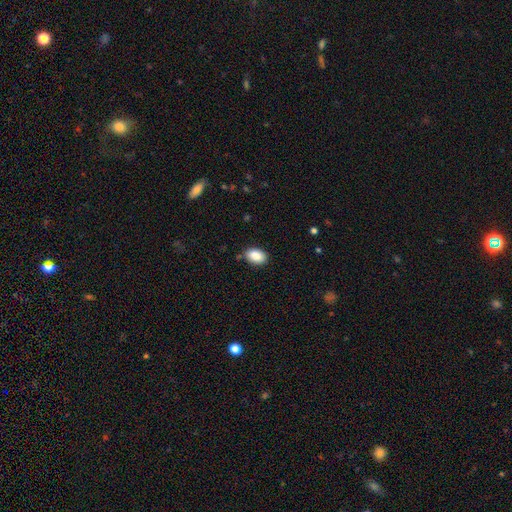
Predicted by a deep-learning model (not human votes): The model was most divided on "how rounded": in between: 86%, round: 13%, cigar-shaped: 1%. More confident: smooth or featured — smooth (88%); merging — none (85%).